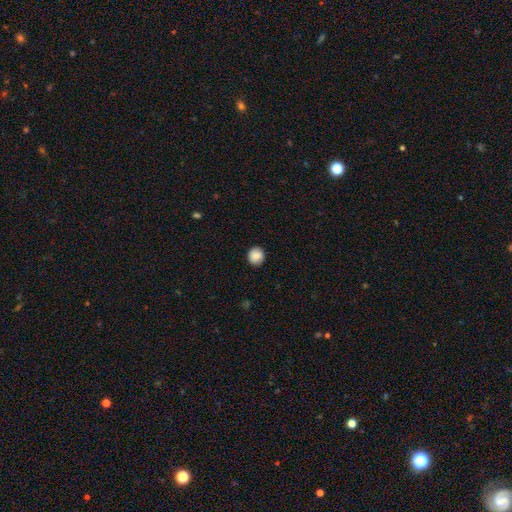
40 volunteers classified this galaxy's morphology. Overall: smooth (82%). How rounded: round (97%). Merging: none (100%).